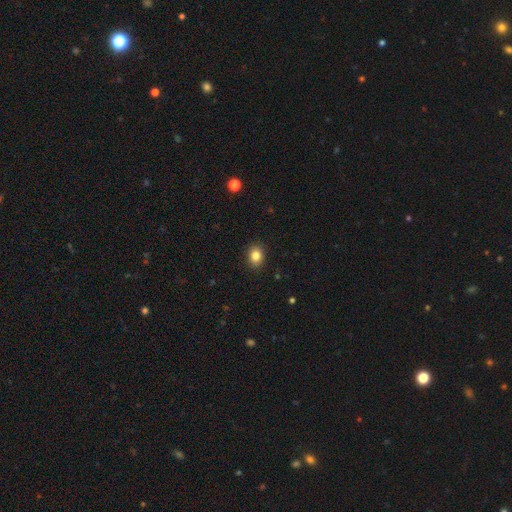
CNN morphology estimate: Overall: smooth (84%). How rounded: in between (51%; round 48%). Merging: none (90%).